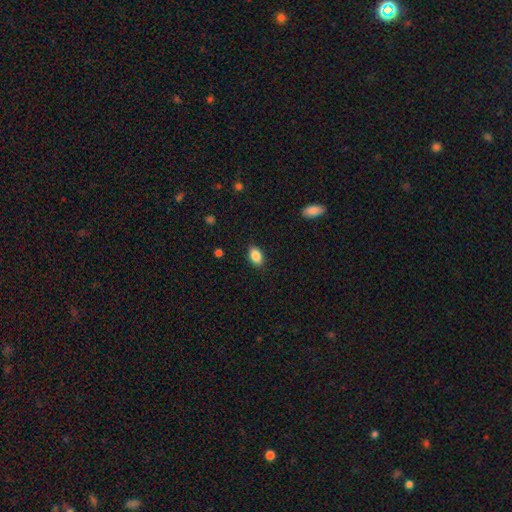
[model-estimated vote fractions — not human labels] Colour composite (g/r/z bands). It shows a smooth galaxy with no disk features (88%) that is in between round and cigar-shaped (88%). Merging: none (88%).